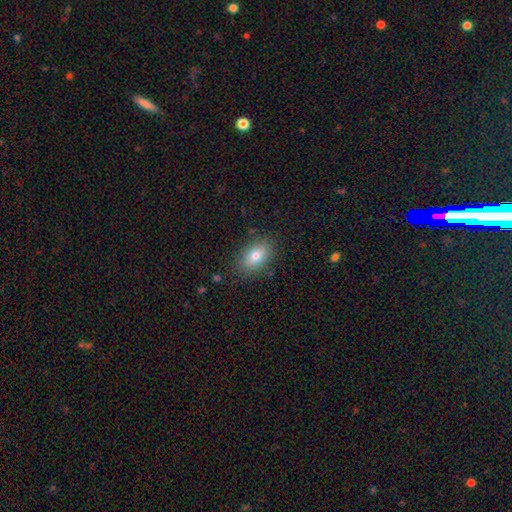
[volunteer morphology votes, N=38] Smooth or featured? 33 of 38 (87%) said smooth. How rounded? 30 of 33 (91%) said in between. Merging? 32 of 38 (84%) said none.